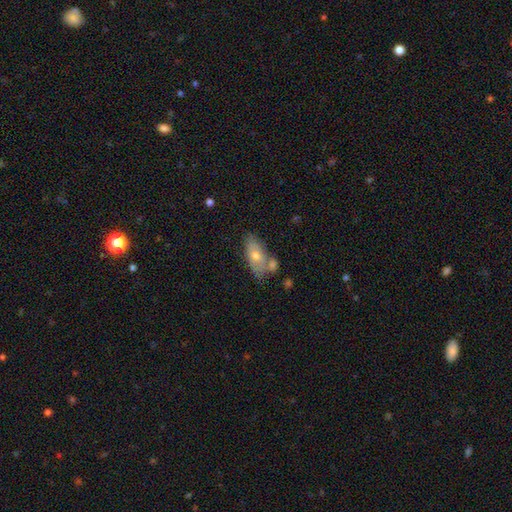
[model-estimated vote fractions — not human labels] This appears to be a smooth galaxy with no disk features (63%) that is in between round and cigar-shaped (84%). Merging: none (51%).